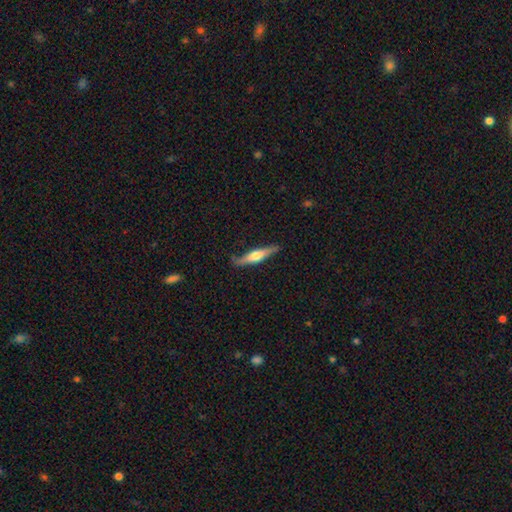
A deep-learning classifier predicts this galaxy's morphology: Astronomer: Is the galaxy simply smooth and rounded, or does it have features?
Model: featured or disk — 58% (runner-up: smooth, 37%).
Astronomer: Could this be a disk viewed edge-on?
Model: yes — 94%.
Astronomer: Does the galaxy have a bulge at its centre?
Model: rounded — 86%.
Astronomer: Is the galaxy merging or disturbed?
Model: none — 83%.